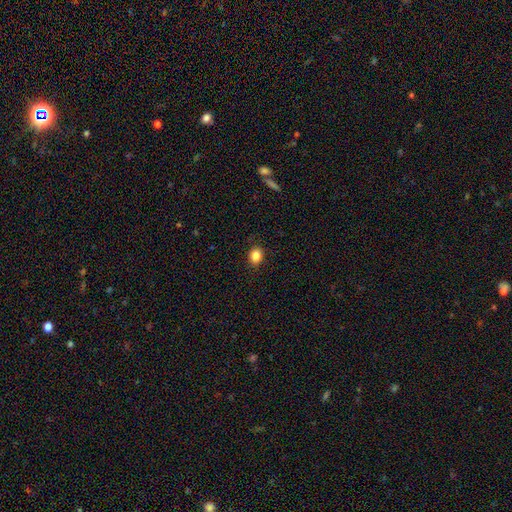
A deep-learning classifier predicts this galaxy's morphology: smooth_or_featured: smooth (p=0.84) [alt: star or artifact p=0.10]
how_rounded: round (p=0.53) [alt: in between p=0.46]
merging: none (p=0.88) [alt: minor disturbance p=0.09]